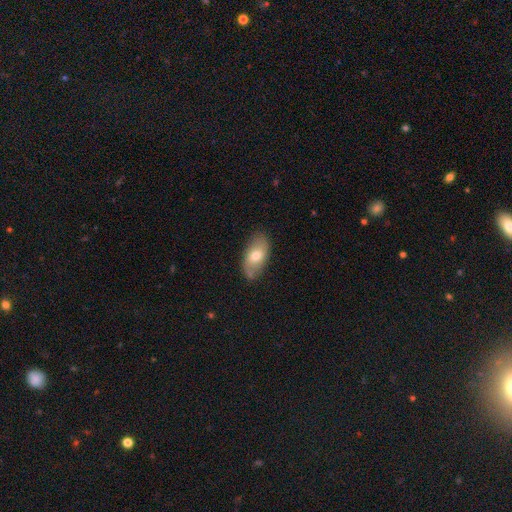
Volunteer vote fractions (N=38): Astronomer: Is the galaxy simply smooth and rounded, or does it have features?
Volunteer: smooth — 55% (runner-up: featured or disk, 39%).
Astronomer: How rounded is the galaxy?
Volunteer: in between — 90%.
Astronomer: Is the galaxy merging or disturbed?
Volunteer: none — 67%.